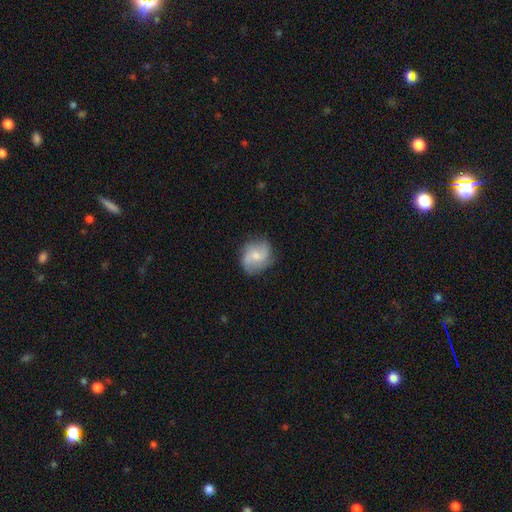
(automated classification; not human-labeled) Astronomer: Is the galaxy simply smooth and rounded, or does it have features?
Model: featured or disk — 62%.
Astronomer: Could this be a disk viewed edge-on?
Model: no — 98%.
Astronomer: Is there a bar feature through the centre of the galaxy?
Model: no — 54% (runner-up: weak, 39%).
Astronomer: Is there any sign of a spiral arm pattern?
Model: yes — 92%.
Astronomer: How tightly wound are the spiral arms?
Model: medium — 42%, tied with loose at 42%.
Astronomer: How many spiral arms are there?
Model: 2 — 58%.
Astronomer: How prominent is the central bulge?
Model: moderate — 48% (runner-up: small, 43%).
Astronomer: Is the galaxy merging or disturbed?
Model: none — 76%.